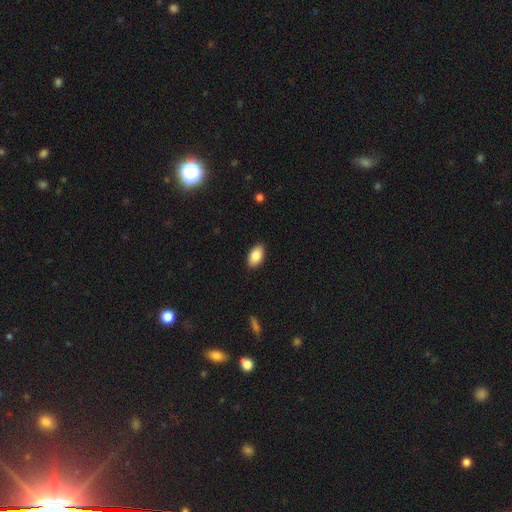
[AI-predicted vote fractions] Overall: smooth (87%). How rounded: in between (94%). Merging: none (87%).